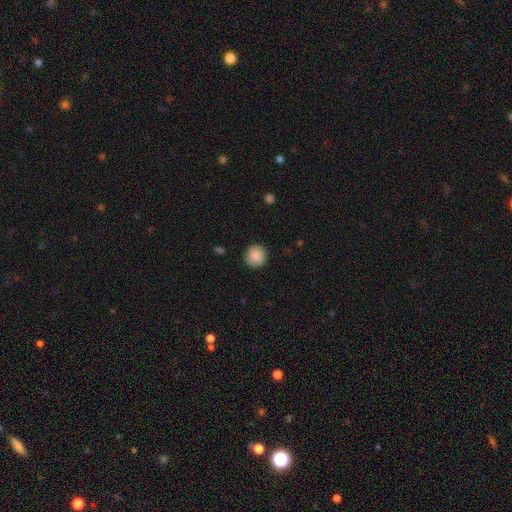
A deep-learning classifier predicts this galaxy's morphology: This appears to be a smooth galaxy with no disk features (88%) that is round (92%). Merging: none (88%).